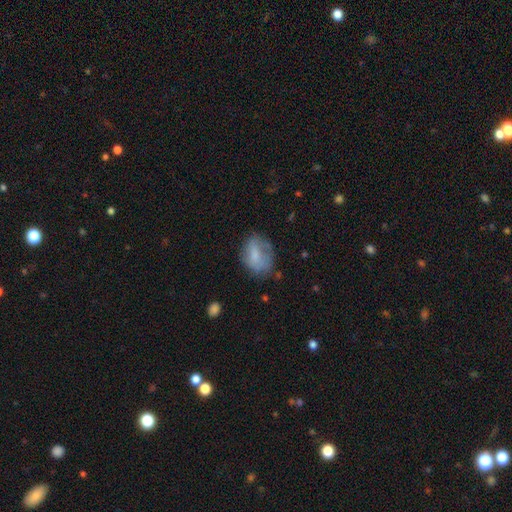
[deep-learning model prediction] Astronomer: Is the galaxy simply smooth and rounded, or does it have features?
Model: smooth — 68%.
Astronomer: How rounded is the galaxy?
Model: in between — 76%.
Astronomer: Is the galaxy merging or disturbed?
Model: none — 52% (runner-up: minor disturbance, 29%).